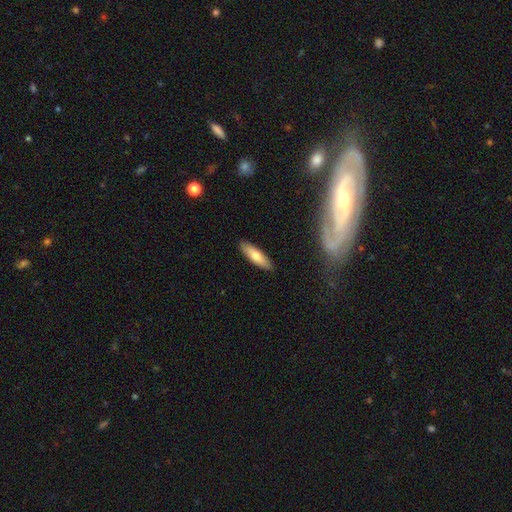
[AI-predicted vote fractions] Smooth or featured?
  - smooth: 69% *
  - featured or disk: 25%
  - star or artifact: 6%
How rounded?
  - cigar-shaped: 58% *
  - in between: 40%
  - round: 2%
Merging?
  - none: 89% *
  - minor disturbance: 8%
  - major disturbance: 2%
  - merger: 1%